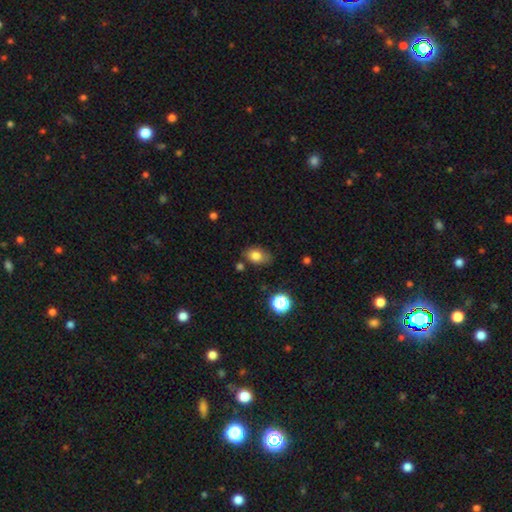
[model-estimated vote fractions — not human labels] Morphology: type=smooth (80%); roundness=in between (81%); merging=none (70%).